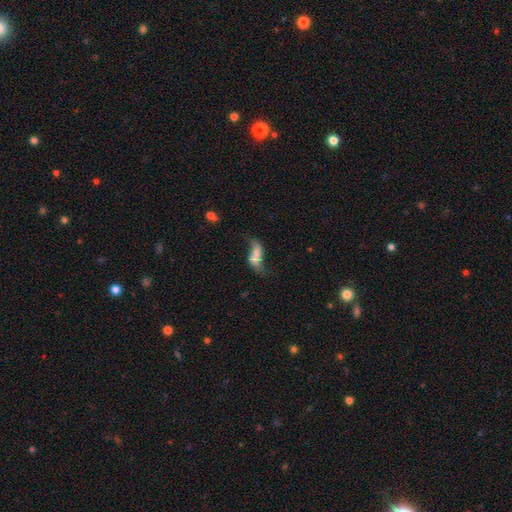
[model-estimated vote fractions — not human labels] This is possibly a featured or disk galaxy (45%, tied with smooth). Merging: possibly merger (53%).